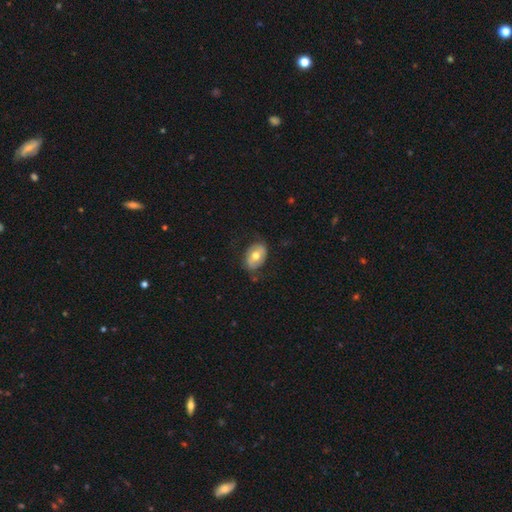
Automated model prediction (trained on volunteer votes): Morphology: type=smooth (53%); roundness=in between (81%); merging=none (73%).